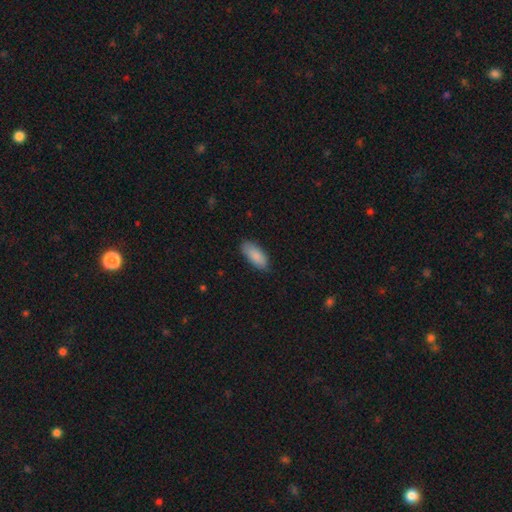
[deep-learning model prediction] Smooth or featured? Predicted: smooth (p=0.88). How rounded? Predicted: in between (p=0.87). Merging? Predicted: none (p=0.83).